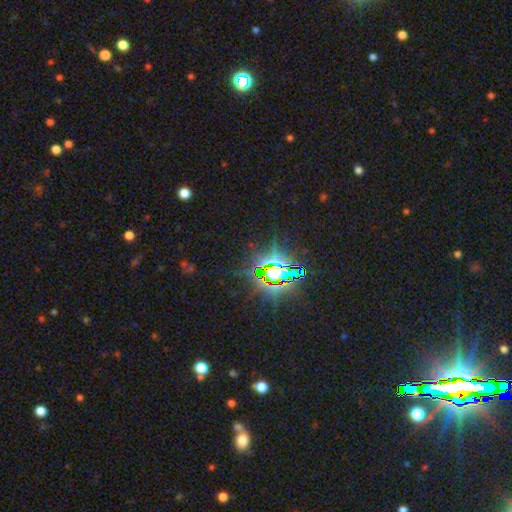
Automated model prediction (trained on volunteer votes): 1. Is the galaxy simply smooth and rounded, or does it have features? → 85% star or artifact, 8% smooth, 7% featured or disk.